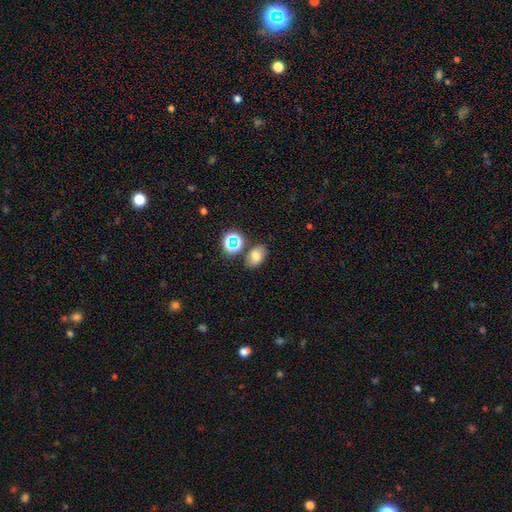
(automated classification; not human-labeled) Morphology: type=smooth (72%); roundness=in between (78%); merging=none (75%).